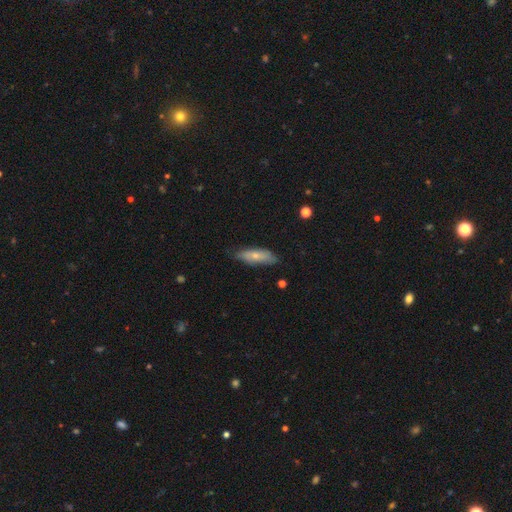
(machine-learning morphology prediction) A smooth galaxy with no disk features (66%) that is in between round and cigar-shaped (55%).

Vote fractions:
- Smooth or featured? smooth: 66% / featured or disk: 28% / star or artifact: 6%
- How rounded? in between: 55% / cigar-shaped: 43% / round: 2%
- Merging? none: 73% / minor disturbance: 22% / major disturbance: 4% / merger: 1%